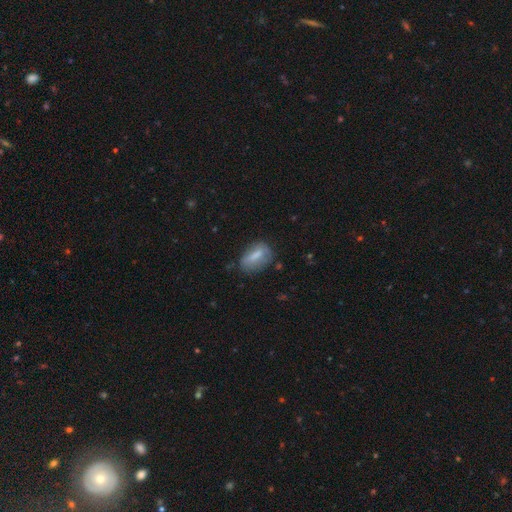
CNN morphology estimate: smooth-or-featured: smooth: 64% | featured or disk: 28% | star or artifact: 8%
  how-rounded: in between: 79% | cigar-shaped: 12% | round: 8%
  merging: none: 58% | minor disturbance: 29% | major disturbance: 11% | merger: 3%